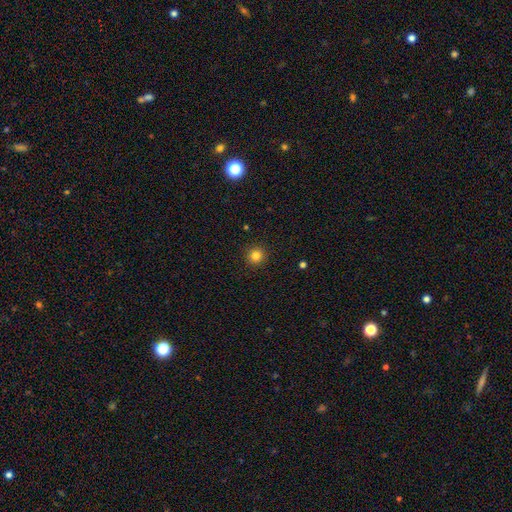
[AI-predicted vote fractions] Smooth or featured: smooth — 83% (star or artifact — 12%)
How rounded: round — 95% (in between — 4%)
Merging: none — 92% (minor disturbance — 5%)